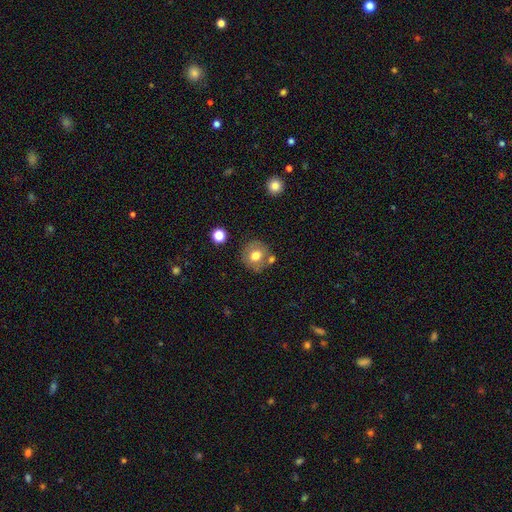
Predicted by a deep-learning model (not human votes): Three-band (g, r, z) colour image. It shows a smooth galaxy with no disk features (68%) that is round (87%). Merging: none (72%).